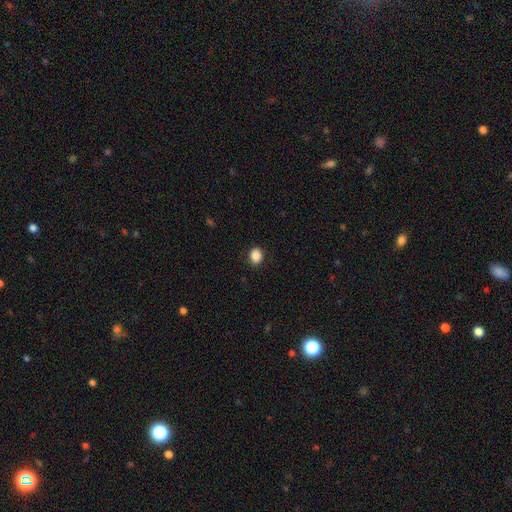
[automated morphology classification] smooth 88%, star or artifact 9%, featured or disk 3%. Down the decision tree: how rounded — round (54%); merging — none (90%).